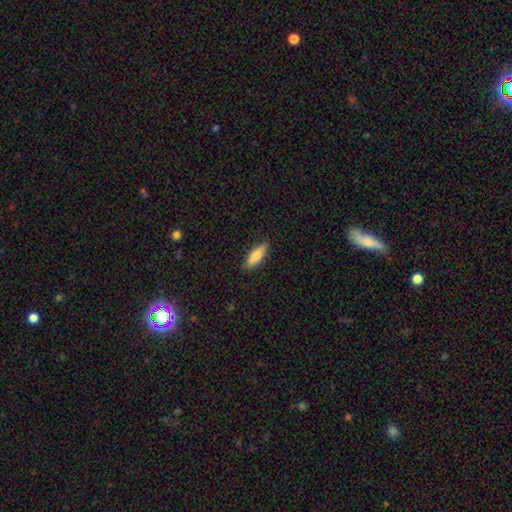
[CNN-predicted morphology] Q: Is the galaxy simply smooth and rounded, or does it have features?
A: smooth — 81%.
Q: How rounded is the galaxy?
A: in between — 61%.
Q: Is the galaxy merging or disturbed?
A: none — 88%.